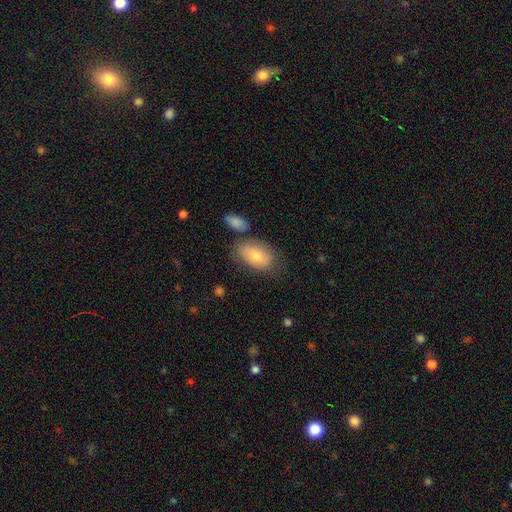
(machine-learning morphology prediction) Smooth or featured? Predicted: smooth (p=0.75). How rounded? Predicted: in between (p=0.90). Merging? Predicted: none (p=0.61).